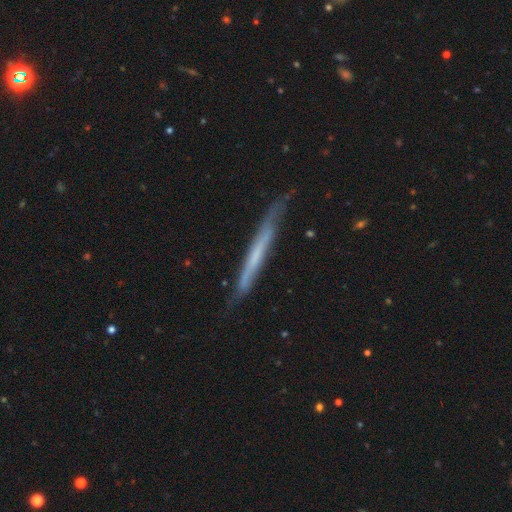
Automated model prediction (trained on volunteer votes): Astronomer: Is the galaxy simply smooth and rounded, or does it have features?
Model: featured or disk — 56% (runner-up: smooth, 37%).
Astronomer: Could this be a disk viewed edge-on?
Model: yes — 90%.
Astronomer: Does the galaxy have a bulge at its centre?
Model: none — 84%.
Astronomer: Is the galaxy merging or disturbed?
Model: none — 73%.